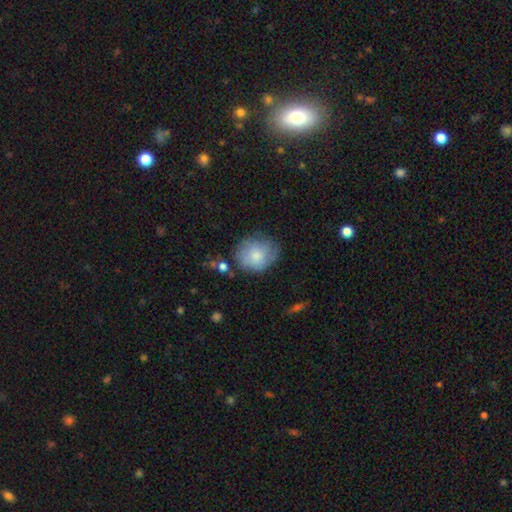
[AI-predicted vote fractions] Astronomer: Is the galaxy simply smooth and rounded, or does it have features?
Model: smooth — 76%.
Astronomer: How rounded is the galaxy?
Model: round — 71%.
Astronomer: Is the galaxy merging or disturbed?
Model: none — 61%.